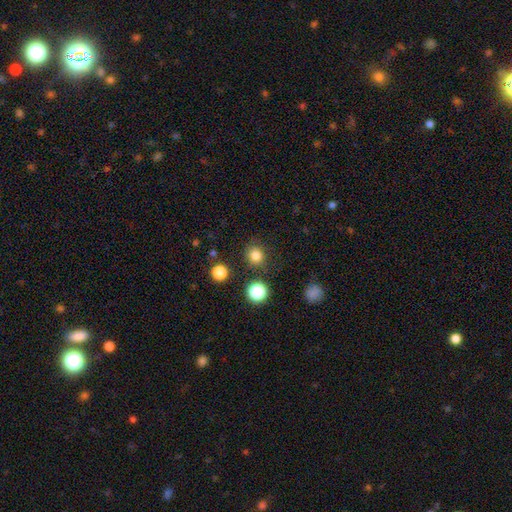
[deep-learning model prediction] This appears to be a smooth galaxy with no disk features (81%) that is round (88%). Merging: none (85%).